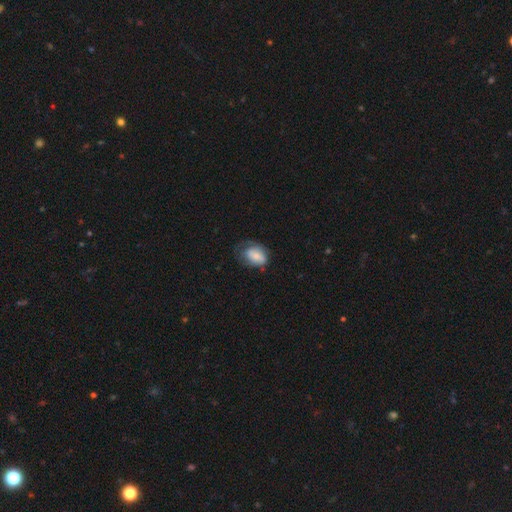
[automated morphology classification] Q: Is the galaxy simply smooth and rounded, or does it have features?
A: smooth — 70%.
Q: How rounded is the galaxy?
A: in between — 80%.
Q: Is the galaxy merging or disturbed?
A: none — 38%.